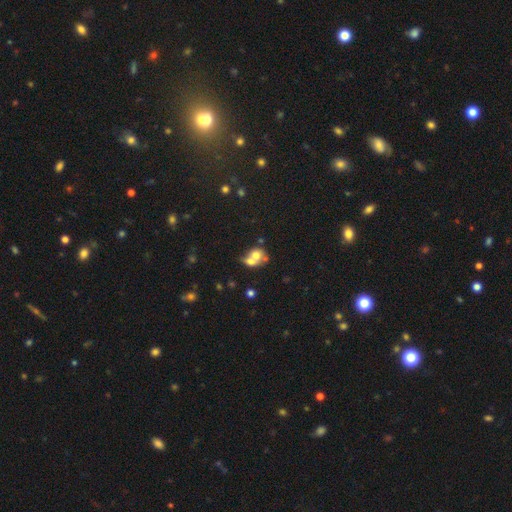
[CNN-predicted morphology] smooth_or_featured: smooth (p=0.64) [alt: featured or disk p=0.26]
how_rounded: round (p=0.61) [alt: in between p=0.38]
merging: merger (p=0.68) [alt: none p=0.20]